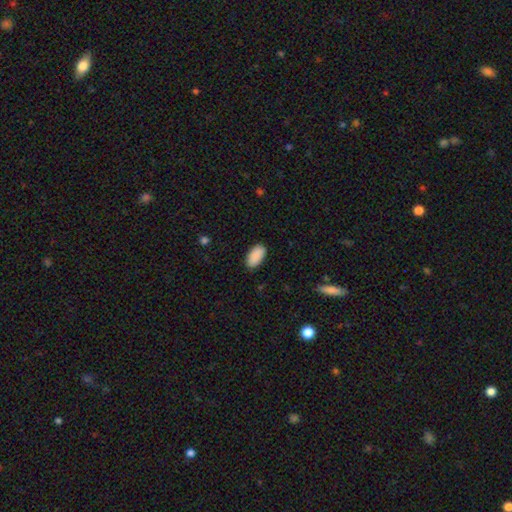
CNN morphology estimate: This is clearly a smooth galaxy (91%). How rounded: clearly in between (95%). Merging: clearly none (88%).